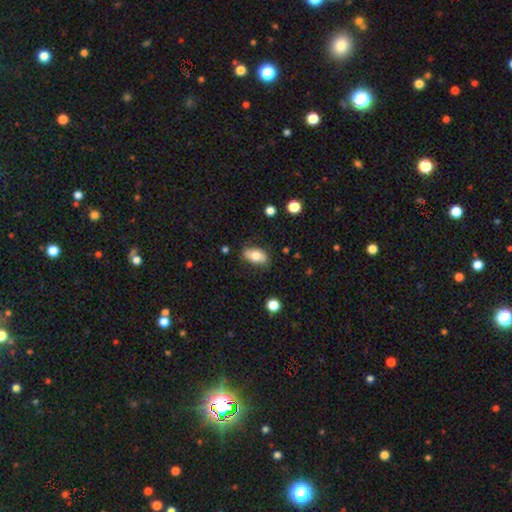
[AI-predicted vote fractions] smooth_or_featured: smooth (p=0.74) [alt: featured or disk p=0.19]
how_rounded: in between (p=0.92) [alt: round p=0.05]
merging: none (p=0.80) [alt: minor disturbance p=0.15]